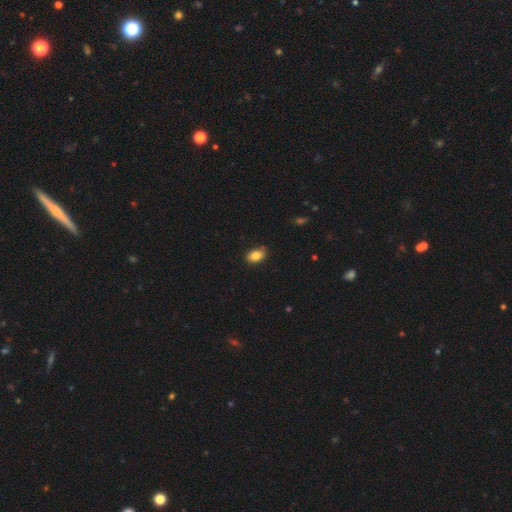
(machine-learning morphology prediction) smooth-or-featured: smooth: 84% | star or artifact: 9% | featured or disk: 8%
  how-rounded: in between: 83% | round: 16% | cigar-shaped: 1%
  merging: none: 85% | minor disturbance: 12% | major disturbance: 2% | merger: 1%